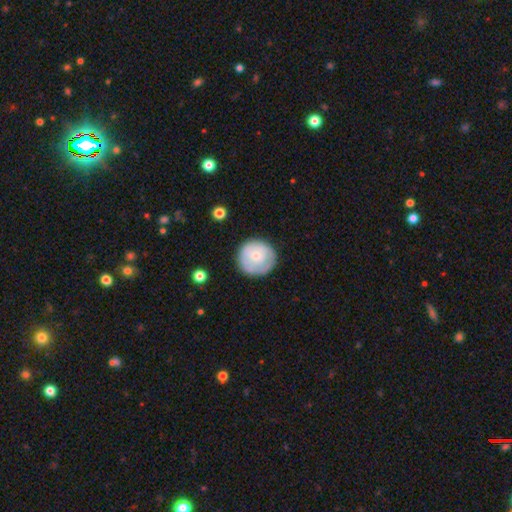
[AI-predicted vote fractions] Morphology: type=smooth (62%); roundness=round (93%); merging=none (80%).